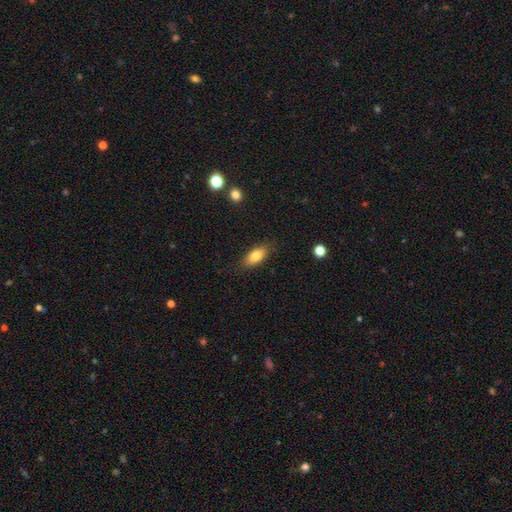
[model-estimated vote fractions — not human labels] This appears to be a smooth galaxy with no disk features (78%) that is in between round and cigar-shaped (84%). Merging: none (84%).